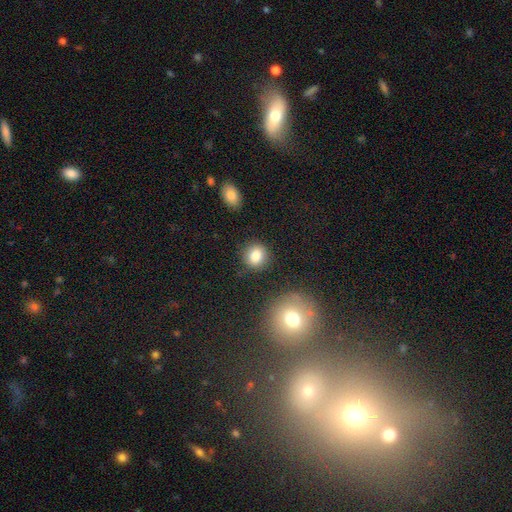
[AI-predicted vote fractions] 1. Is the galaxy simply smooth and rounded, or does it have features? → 83% smooth, 10% star or artifact, 7% featured or disk.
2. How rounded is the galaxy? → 85% round, 14% in between, 1% cigar-shaped.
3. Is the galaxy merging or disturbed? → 87% none, 8% minor disturbance, 3% merger, 3% major disturbance.